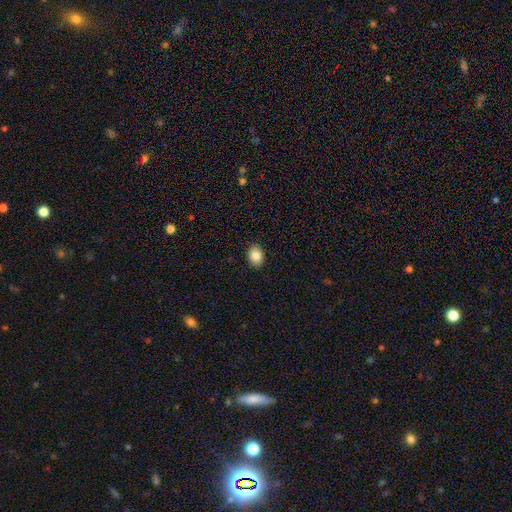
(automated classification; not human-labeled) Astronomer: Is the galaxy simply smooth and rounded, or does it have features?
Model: smooth — 87%.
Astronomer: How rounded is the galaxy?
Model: in between — 63%.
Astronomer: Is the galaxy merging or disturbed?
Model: none — 89%.